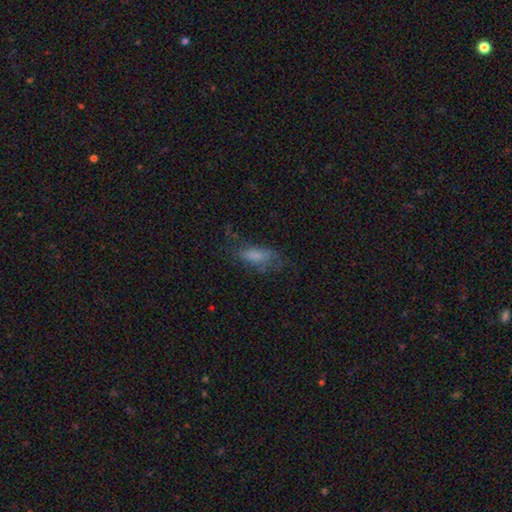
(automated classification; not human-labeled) Morphology: type=smooth (63%); roundness=in between (67%); merging=none (45%).